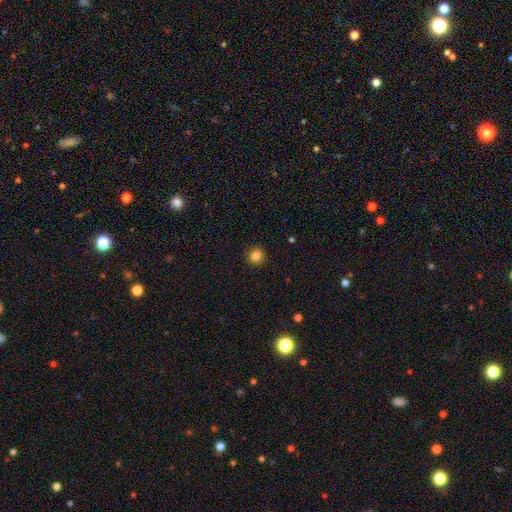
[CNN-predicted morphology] smooth-or-featured: smooth: 84% | star or artifact: 12% | featured or disk: 5%
  how-rounded: round: 91% | in between: 8% | cigar-shaped: 1%
  merging: none: 92% | minor disturbance: 6% | major disturbance: 2% | merger: 1%